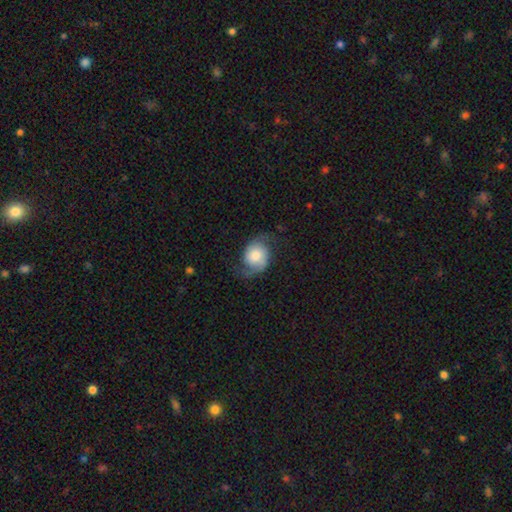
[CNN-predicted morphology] A featured or disk galaxy (65%) with no bar (73%), 2 (90%) loose (49%) spiral arms (93%) and a moderate central bulge (39%).

Vote fractions:
- Smooth or featured? featured or disk: 65% / smooth: 28% / star or artifact: 7%
- Edge-on disk? no: 97% / yes: 3%
- Bar? no: 73% / weak: 23% / strong: 4%
- Spiral arms? yes: 93% / no: 7%
- Spiral winding? loose: 49% / medium: 38% / tight: 13%
- Spiral arm count? 2: 90% / 1: 4% / can't tell: 3% / 3: 1% / 4: 1% / more than 4: 1%
- Bulge size? moderate: 39% / large: 28% / small: 18% / dominant: 9% / none: 6%
- Merging? none: 64% / minor disturbance: 21% / major disturbance: 13% / merger: 1%